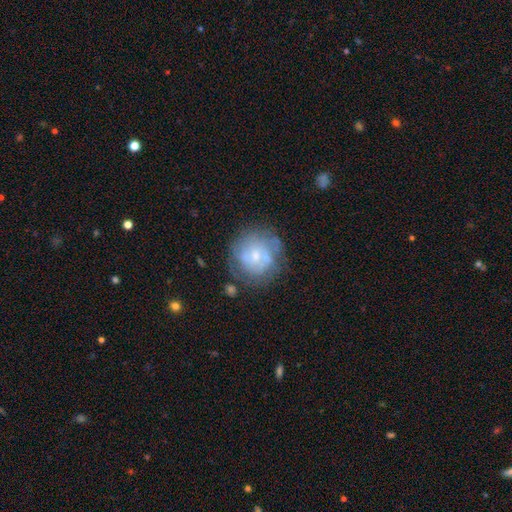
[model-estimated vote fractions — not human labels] featured or disk 58%, smooth 32%, star or artifact 10%. Down the decision tree: edge-on disk — no (97%); bar — no (74%); spiral arms — yes (63%); bulge size — small (61%); merging — none (68%).